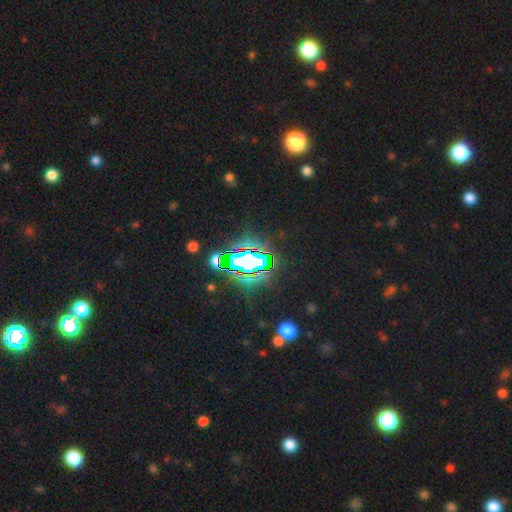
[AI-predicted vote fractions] Q: Smooth or featured?
A: star or artifact (72%); runner-up: smooth (16%)